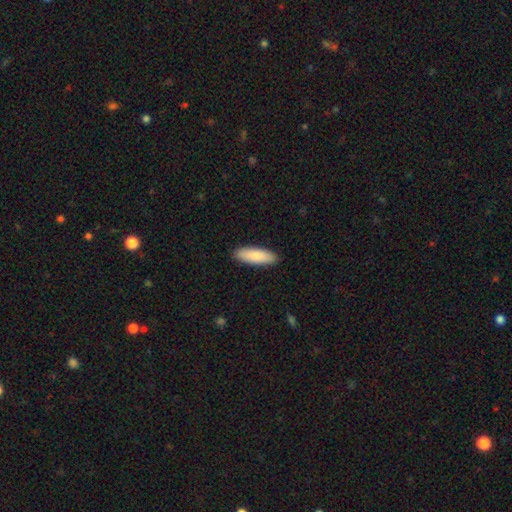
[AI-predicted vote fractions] smooth-or-featured: smooth: 87% | featured or disk: 8% | star or artifact: 5%
  how-rounded: in between: 58% | cigar-shaped: 40% | round: 2%
  merging: none: 90% | minor disturbance: 7% | major disturbance: 1% | merger: 1%